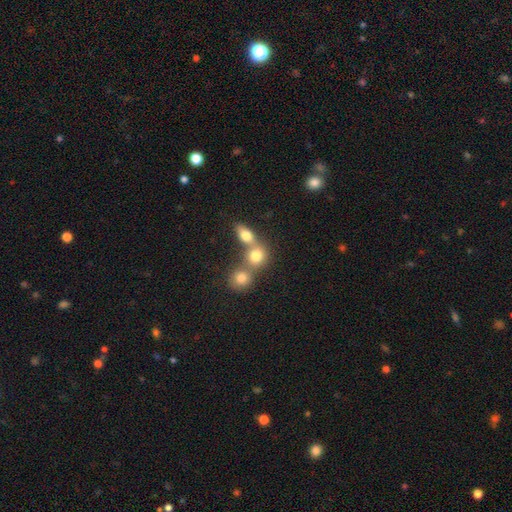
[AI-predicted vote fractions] This appears to be a smooth galaxy with no disk features (77%) that is round (71%). Merging: merger (50%).